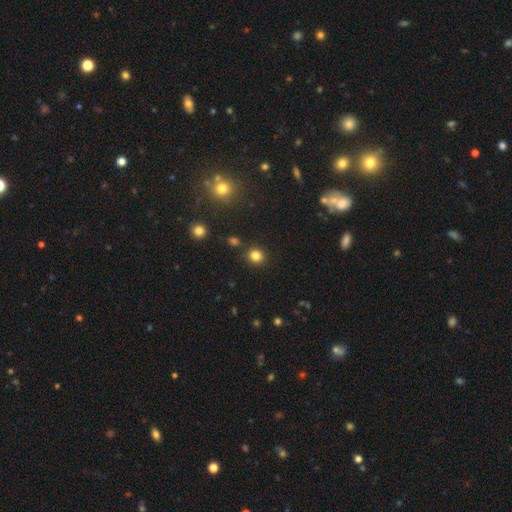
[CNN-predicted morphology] smooth-or-featured: smooth: 82% | star or artifact: 13% | featured or disk: 5%
  how-rounded: round: 86% | in between: 13% | cigar-shaped: 1%
  merging: none: 87% | minor disturbance: 7% | merger: 3% | major disturbance: 2%